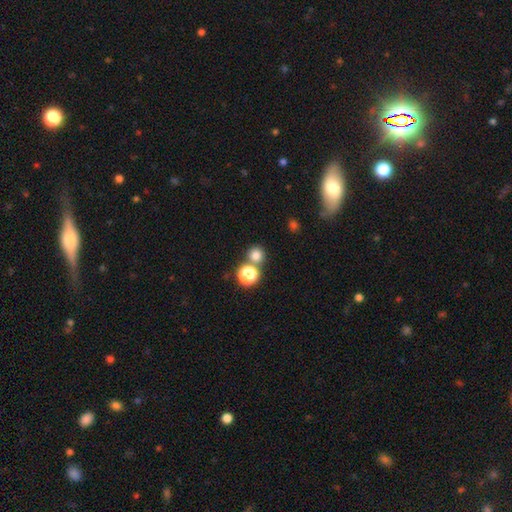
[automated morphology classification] Q: Smooth or featured?
A: smooth (76%); runner-up: star or artifact (17%)
Q: How rounded?
A: round (90%); runner-up: in between (9%)
Q: Merging?
A: none (66%); runner-up: merger (25%)